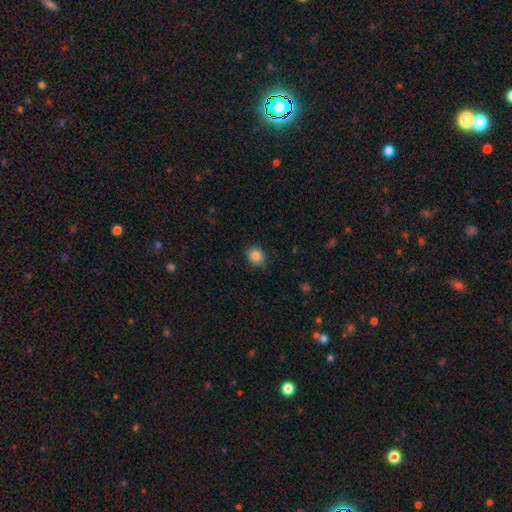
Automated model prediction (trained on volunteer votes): Smooth or featured? smooth (85%)
How rounded? round (65%)
Merging? none (80%)